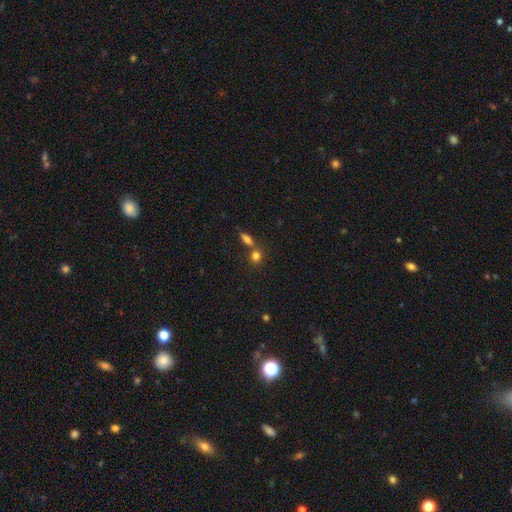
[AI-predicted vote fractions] The model was most divided on "merging": none: 59%, merger: 29%, minor disturbance: 9%, major disturbance: 3%. More confident: smooth or featured — smooth (80%); how rounded — round (71%).